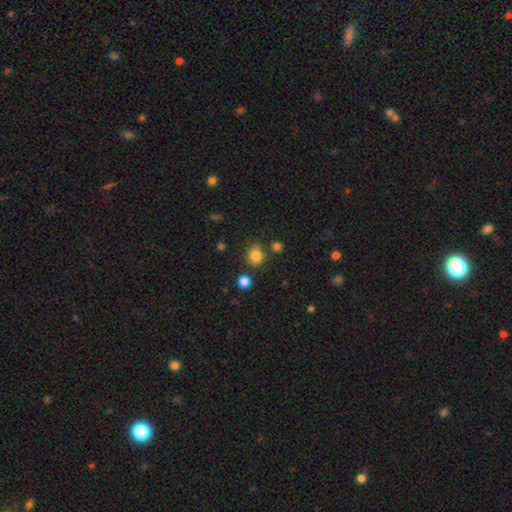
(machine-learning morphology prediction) Q: Smooth or featured?
A: smooth (83%); runner-up: star or artifact (12%)
Q: How rounded?
A: round (70%); runner-up: in between (29%)
Q: Merging?
A: none (79%); runner-up: minor disturbance (11%)